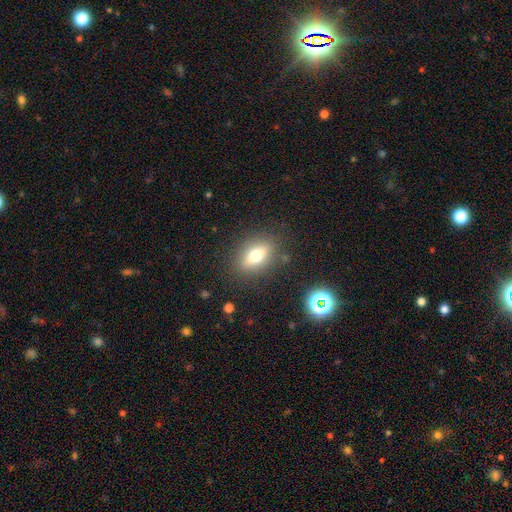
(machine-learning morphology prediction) smooth 66%, featured or disk 24%, star or artifact 10%. Down the decision tree: how rounded — in between (75%); merging — none (84%).